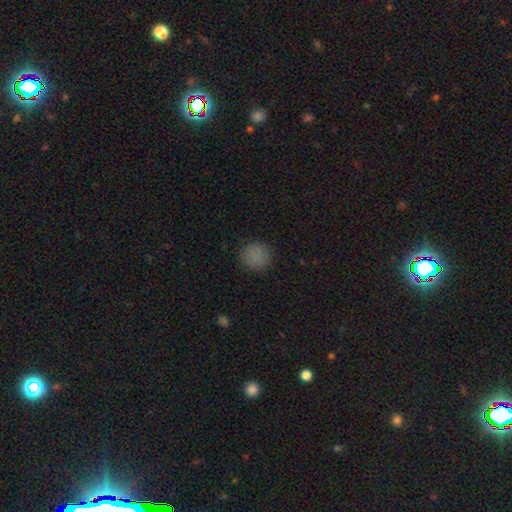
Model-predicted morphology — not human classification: smooth-or-featured: smooth: 83% | star or artifact: 12% | featured or disk: 5%
  how-rounded: round: 89% | in between: 10% | cigar-shaped: 1%
  merging: none: 86% | minor disturbance: 10% | major disturbance: 3% | merger: 1%